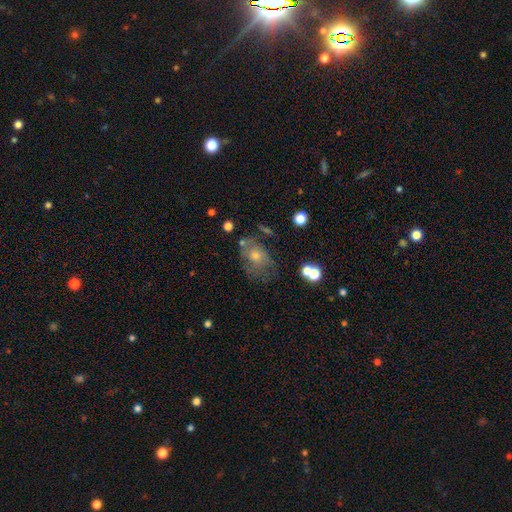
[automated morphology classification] smooth-or-featured: smooth: 43% | featured or disk: 41% | star or artifact: 16%
  merging: none: 50% | minor disturbance: 26% | major disturbance: 17% | merger: 7%